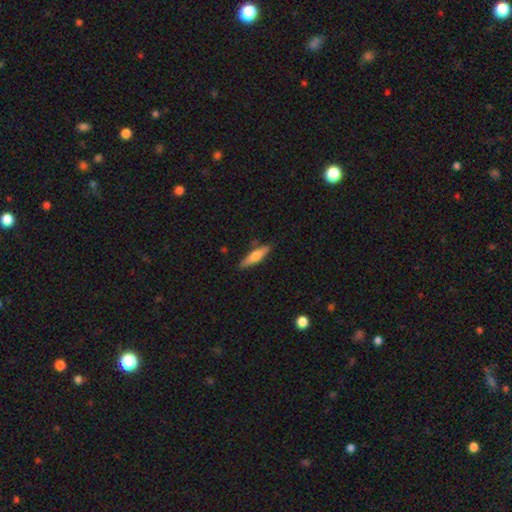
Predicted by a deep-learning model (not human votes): Smooth or featured? Predicted: smooth (p=0.52). How rounded? Predicted: cigar-shaped (p=0.75). Merging? Predicted: none (p=0.83).